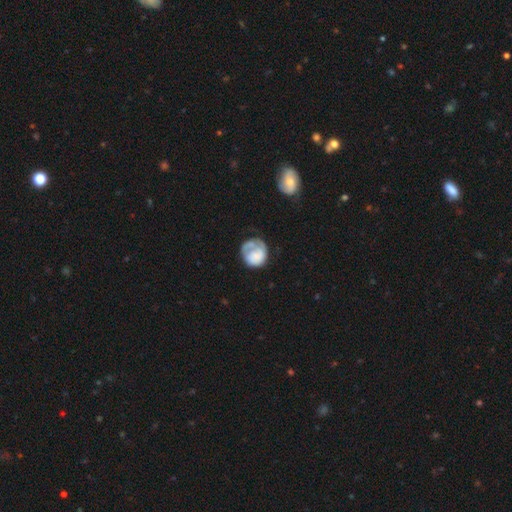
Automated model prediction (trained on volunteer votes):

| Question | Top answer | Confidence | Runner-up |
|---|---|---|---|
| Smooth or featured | smooth | 50% | featured or disk (43%) |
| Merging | none | 46% | minor disturbance (27%) |